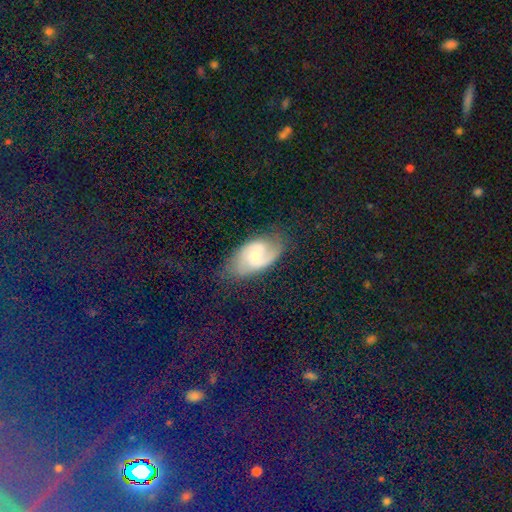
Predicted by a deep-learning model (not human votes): A featured or disk galaxy (75%) with a weak bar (50%), 2 (81%) medium (48%) spiral arms (94%) and a small central bulge (47%).

Vote fractions:
- Smooth or featured? featured or disk: 75% / smooth: 18% / star or artifact: 6%
- Edge-on disk? no: 97% / yes: 3%
- Bar? weak: 50% / no: 40% / strong: 10%
- Spiral arms? yes: 94% / no: 6%
- Spiral winding? medium: 48% / loose: 33% / tight: 19%
- Spiral arm count? 2: 81% / 1: 8% / can't tell: 7% / 3: 2% / 4: 1% / more than 4: 1%
- Bulge size? small: 47% / moderate: 40% / none: 6% / large: 5% / dominant: 1%
- Merging? none: 67% / minor disturbance: 22% / major disturbance: 10% / merger: 2%